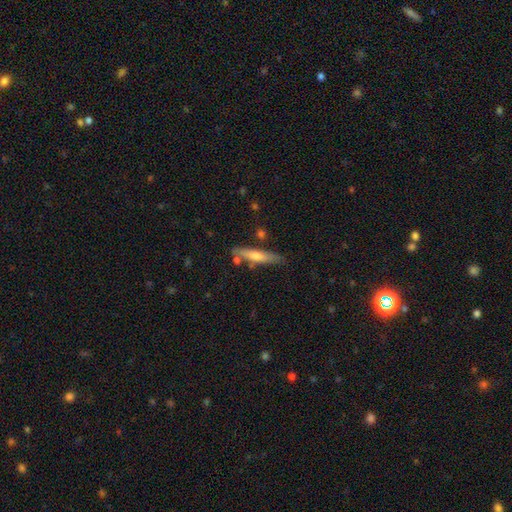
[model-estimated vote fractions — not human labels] Q: Smooth or featured?
A: smooth (57%); runner-up: featured or disk (37%)
Q: How rounded?
A: cigar-shaped (88%); runner-up: in between (10%)
Q: Merging?
A: none (76%); runner-up: minor disturbance (15%)